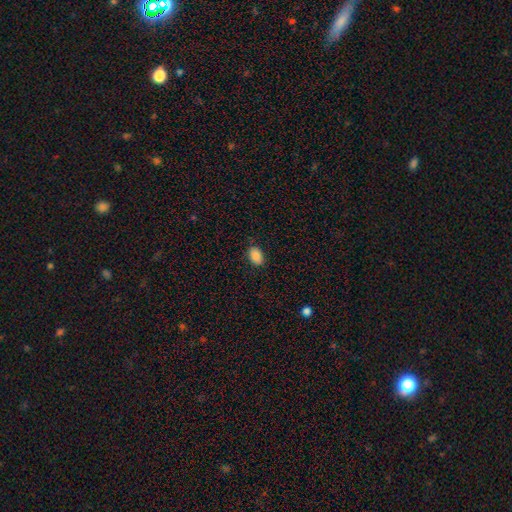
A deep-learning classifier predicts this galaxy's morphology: A smooth galaxy with no disk features (87%) that is in between round and cigar-shaped (84%).

Vote fractions:
- Smooth or featured? smooth: 87% / star or artifact: 8% / featured or disk: 5%
- How rounded? in between: 84% / round: 14% / cigar-shaped: 1%
- Merging? none: 83% / minor disturbance: 13% / major disturbance: 3% / merger: 1%